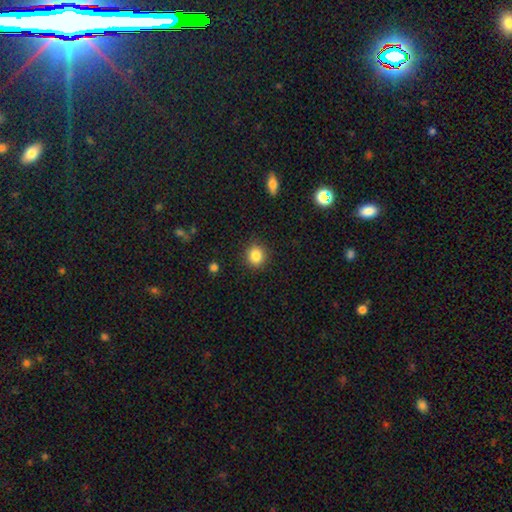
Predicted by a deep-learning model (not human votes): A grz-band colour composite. It shows a smooth galaxy with no disk features (85%) that is round (84%). Merging: none (90%).